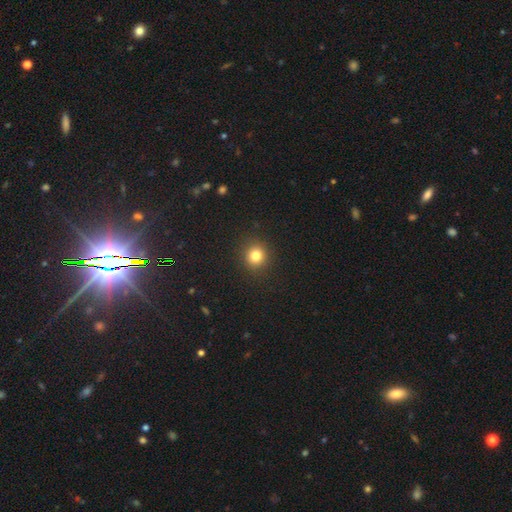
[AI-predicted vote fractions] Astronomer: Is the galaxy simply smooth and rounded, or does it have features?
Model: smooth — 81%.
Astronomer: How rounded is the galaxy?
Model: round — 90%.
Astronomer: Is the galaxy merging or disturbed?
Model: none — 91%.